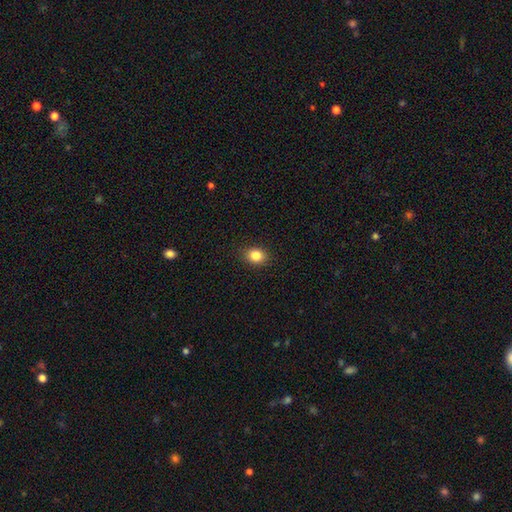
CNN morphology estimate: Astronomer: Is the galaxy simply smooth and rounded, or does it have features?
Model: smooth — 84%.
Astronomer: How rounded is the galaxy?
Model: in between — 53% (runner-up: round, 46%).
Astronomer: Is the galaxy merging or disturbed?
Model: none — 89%.